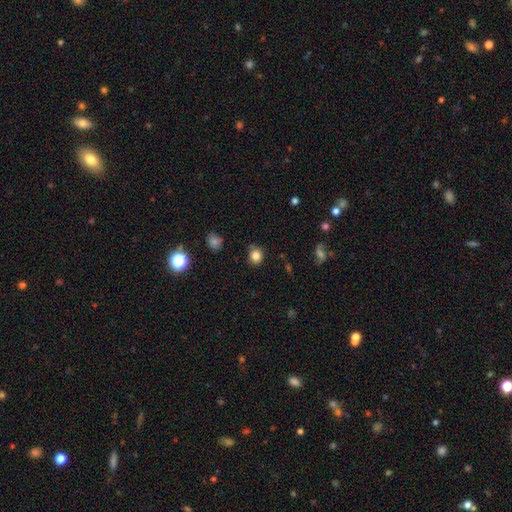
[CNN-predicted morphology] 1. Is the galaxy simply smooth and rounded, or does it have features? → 82% smooth, 12% star or artifact, 6% featured or disk.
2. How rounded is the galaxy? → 75% round, 24% in between, 1% cigar-shaped.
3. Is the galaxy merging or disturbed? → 78% none, 17% minor disturbance, 3% major disturbance, 2% merger.